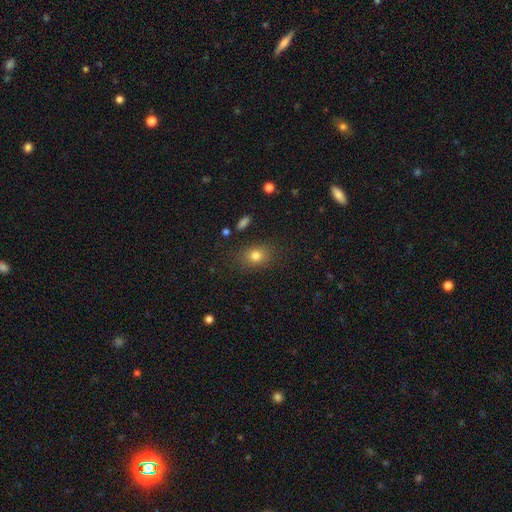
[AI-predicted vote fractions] This appears to be a smooth galaxy with no disk features (79%) that is in between round and cigar-shaped (55%). Merging: none (82%).